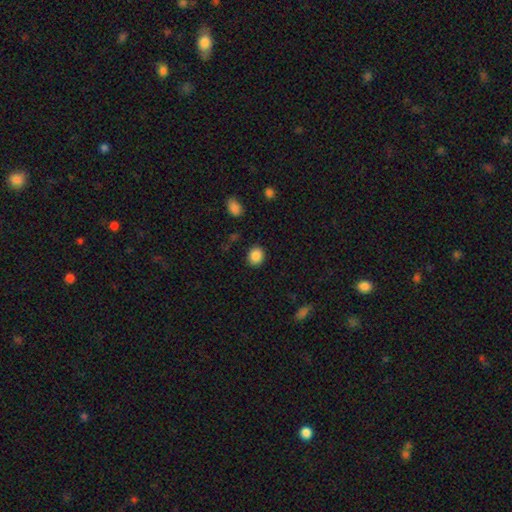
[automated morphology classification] A smooth galaxy with no disk features (87%) that is round (71%).

Vote fractions:
- Smooth or featured? smooth: 87% / star or artifact: 9% / featured or disk: 4%
- How rounded? round: 71% / in between: 28% / cigar-shaped: 1%
- Merging? none: 89% / minor disturbance: 7% / major disturbance: 3% / merger: 1%